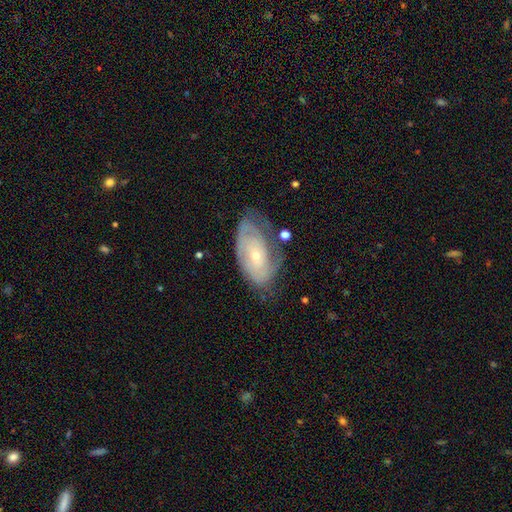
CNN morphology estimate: The model was most divided on "merging": none: 54%, minor disturbance: 28%, major disturbance: 15%, merger: 3%. More confident: edge-on disk — no (93%); bar — no (78%); spiral arms — yes (77%); bulge size — small (73%); smooth or featured — featured or disk (69%).